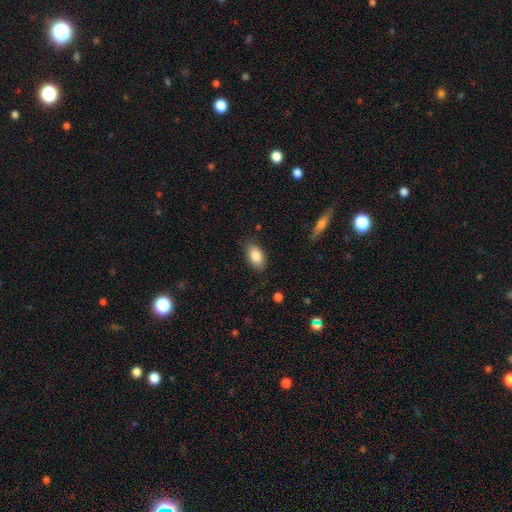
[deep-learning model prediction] Smooth or featured? smooth (85%)
How rounded? in between (92%)
Merging? none (79%)